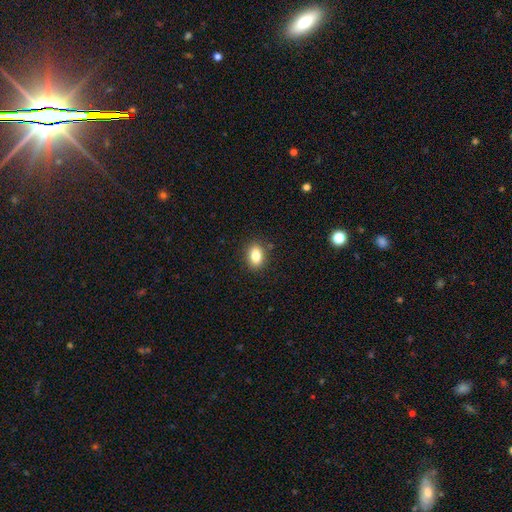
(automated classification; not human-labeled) smooth-or-featured: smooth: 84% | star or artifact: 9% | featured or disk: 7%
  how-rounded: in between: 79% | round: 19% | cigar-shaped: 2%
  merging: none: 87% | minor disturbance: 9% | major disturbance: 2% | merger: 2%